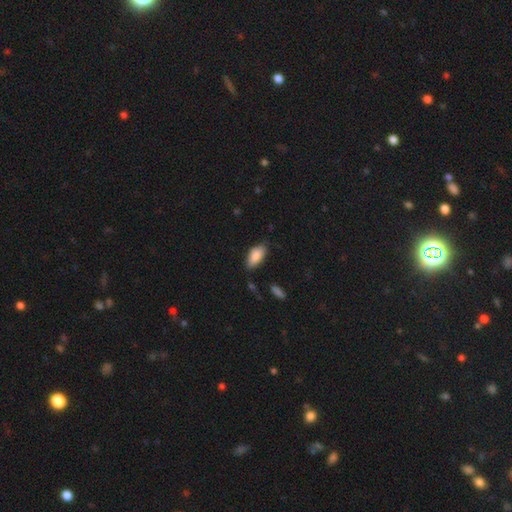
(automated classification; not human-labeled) Smooth or featured: smooth — 87% (featured or disk — 7%)
How rounded: in between — 90% (cigar-shaped — 8%)
Merging: none — 77% (minor disturbance — 18%)